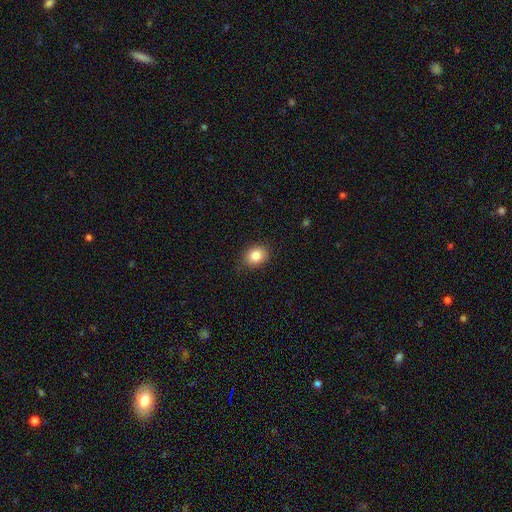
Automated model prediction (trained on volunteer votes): smooth_or_featured: smooth (p=0.85) [alt: star or artifact p=0.09]
how_rounded: round (p=0.50) [alt: in between p=0.49]
merging: none (p=0.86) [alt: minor disturbance p=0.11]